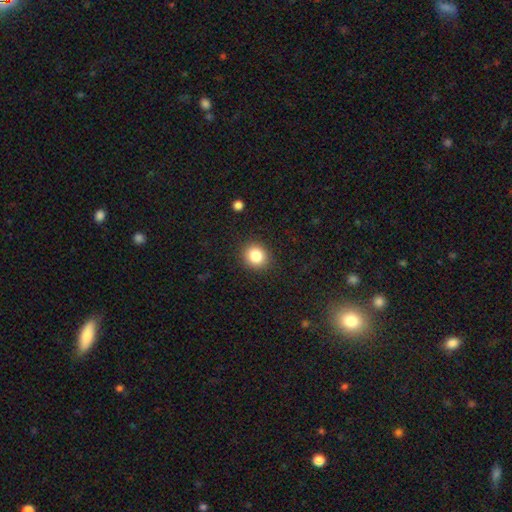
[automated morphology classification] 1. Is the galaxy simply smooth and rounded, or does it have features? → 84% smooth, 10% star or artifact, 6% featured or disk.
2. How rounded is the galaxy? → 83% round, 16% in between, 1% cigar-shaped.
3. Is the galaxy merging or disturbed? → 90% none, 7% minor disturbance, 2% major disturbance, 1% merger.